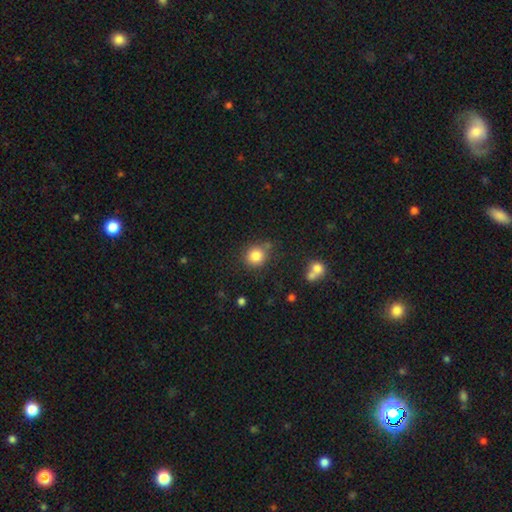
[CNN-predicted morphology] Smooth or featured: smooth — 83% (star or artifact — 11%)
How rounded: round — 85% (in between — 14%)
Merging: none — 71% (minor disturbance — 16%)